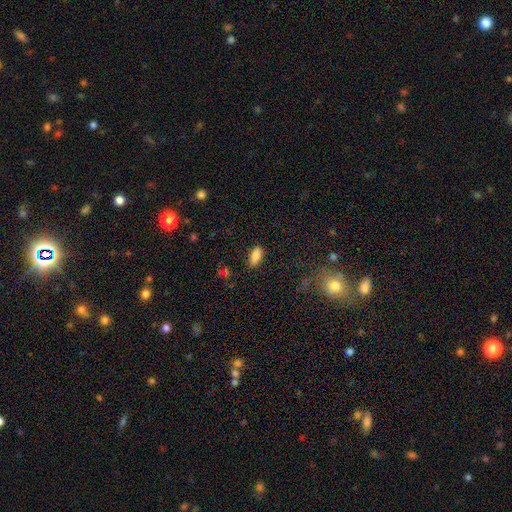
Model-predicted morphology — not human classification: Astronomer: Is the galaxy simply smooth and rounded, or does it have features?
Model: smooth — 85%.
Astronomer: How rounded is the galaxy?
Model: in between — 89%.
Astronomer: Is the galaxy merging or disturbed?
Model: none — 83%.